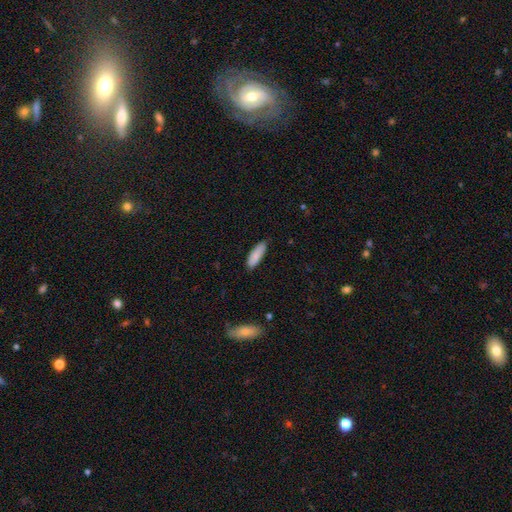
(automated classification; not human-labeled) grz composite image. It shows a smooth galaxy with no disk features (87%) that is in between round and cigar-shaped (55%). Merging: none (82%).